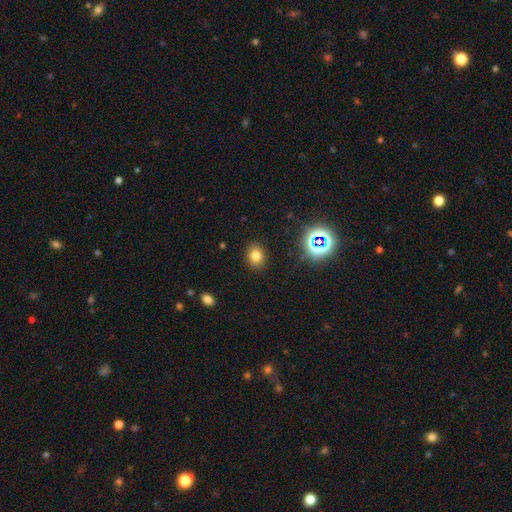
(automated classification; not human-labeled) Overall: smooth (76%). How rounded: round (51%; in between 48%). Merging: none (88%).